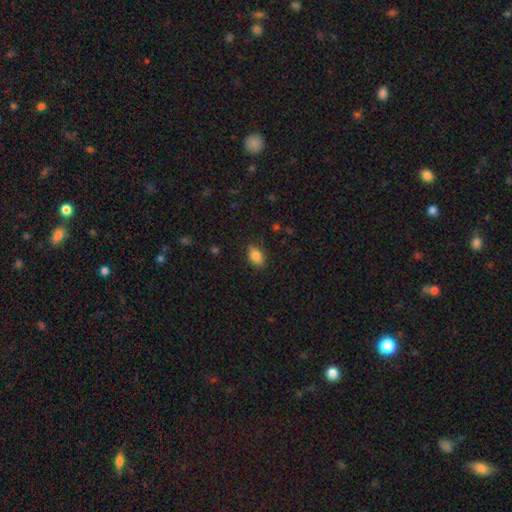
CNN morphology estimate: Overall: smooth (86%). How rounded: in between (89%). Merging: none (85%).